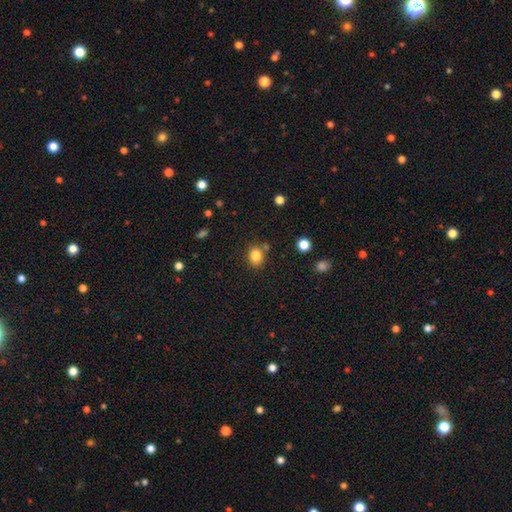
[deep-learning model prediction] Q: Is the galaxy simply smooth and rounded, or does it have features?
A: smooth — 83%.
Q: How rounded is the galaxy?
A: round — 61%.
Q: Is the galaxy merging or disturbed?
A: none — 76%.